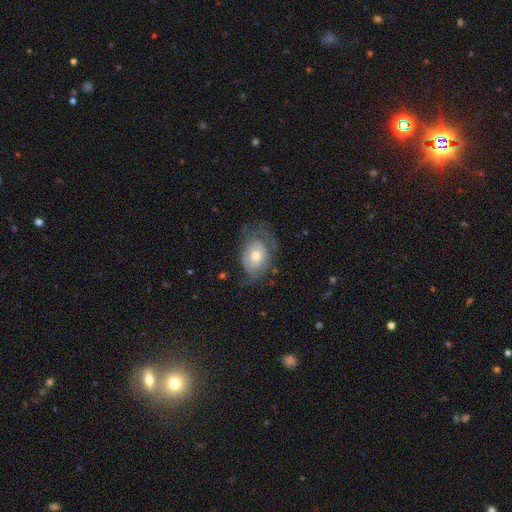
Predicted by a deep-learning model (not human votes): Smooth or featured? featured or disk (63%)
Edge-on disk? no (95%)
Bar? no (81%)
Spiral arms? yes (72%)
Bulge size? moderate (66%)
Merging? none (52%)